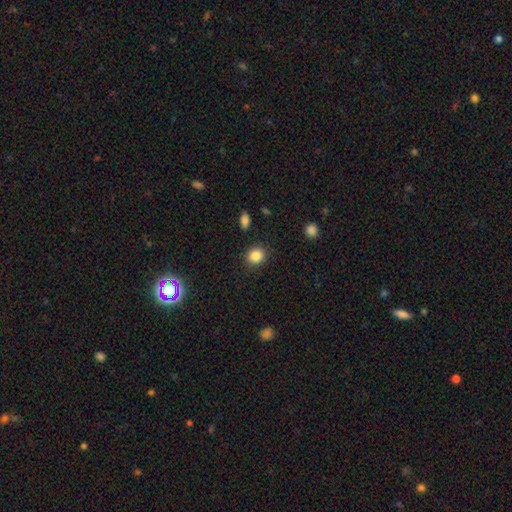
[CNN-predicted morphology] Smooth or featured? smooth (85%)
How rounded? round (73%)
Merging? none (89%)